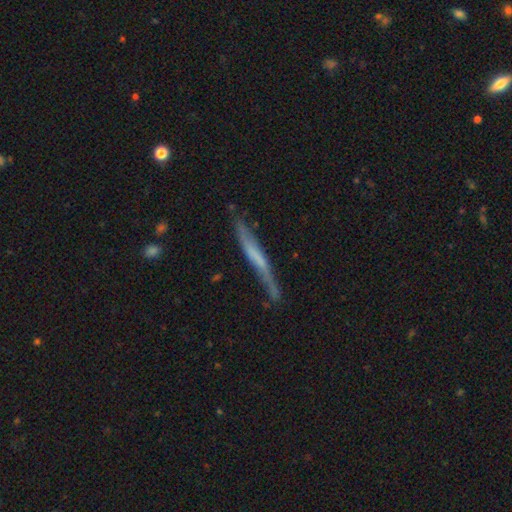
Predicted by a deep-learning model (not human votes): Smooth or featured? featured or disk (53%)
Edge-on disk? yes (86%)
Merging? none (65%)